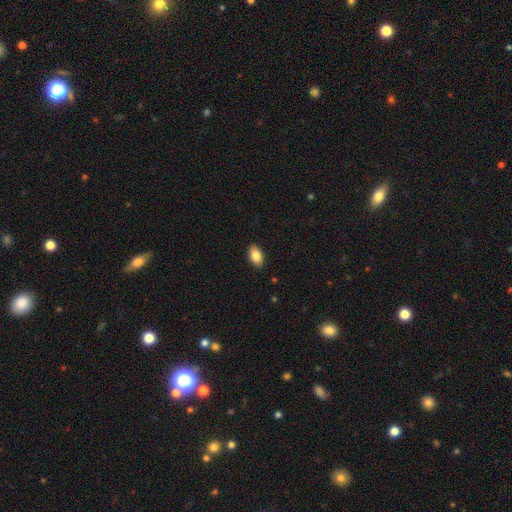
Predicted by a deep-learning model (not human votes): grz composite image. It shows a smooth galaxy with no disk features (85%) that is in between round and cigar-shaped (93%). Merging: none (89%).